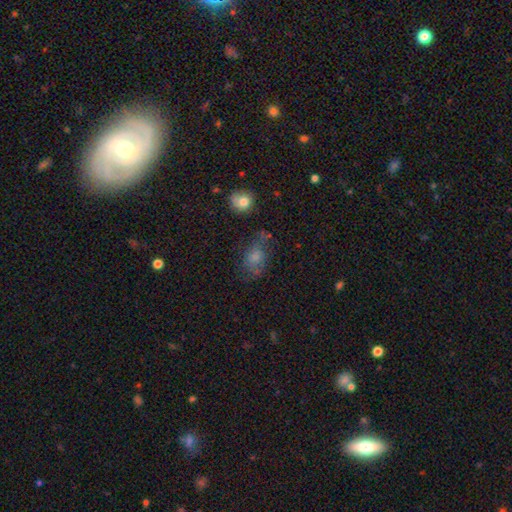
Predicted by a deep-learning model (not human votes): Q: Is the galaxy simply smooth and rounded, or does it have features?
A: smooth — 53%.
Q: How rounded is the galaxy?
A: in between — 66%.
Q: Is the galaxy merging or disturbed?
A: none — 61%.